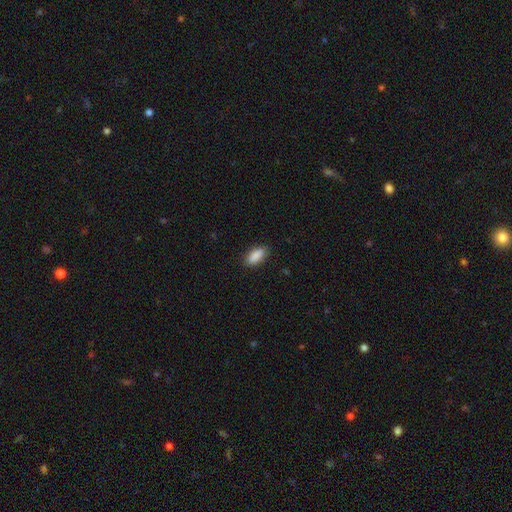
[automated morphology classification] This is clearly a smooth galaxy (89%). How rounded: clearly in between (84%). Merging: clearly none (85%).